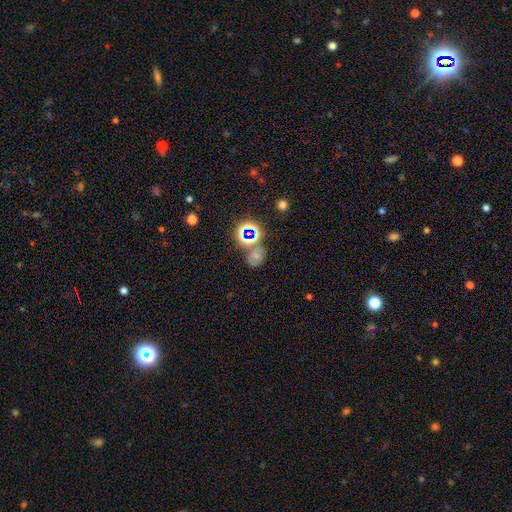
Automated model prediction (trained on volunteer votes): This appears to be a smooth galaxy with no disk features (44%). Merging: none (56%).